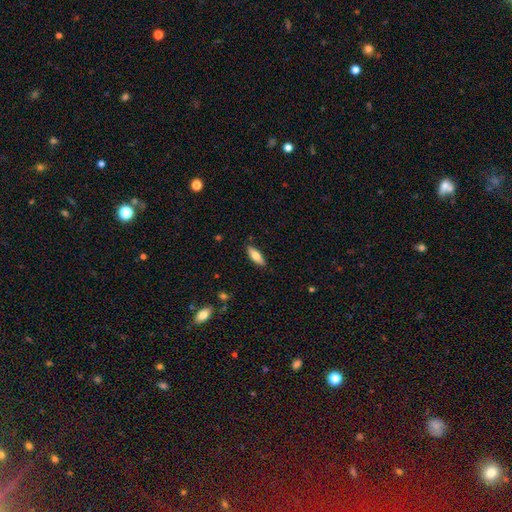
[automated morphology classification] Smooth or featured? smooth (72%)
How rounded? in between (63%)
Merging? none (87%)